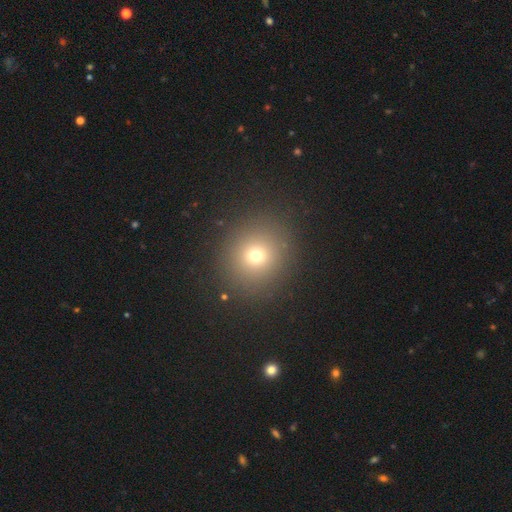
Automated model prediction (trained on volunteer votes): smooth_or_featured: smooth (p=0.69) [alt: star or artifact p=0.21]
how_rounded: round (p=0.87) [alt: in between p=0.12]
merging: none (p=0.88) [alt: minor disturbance p=0.07]